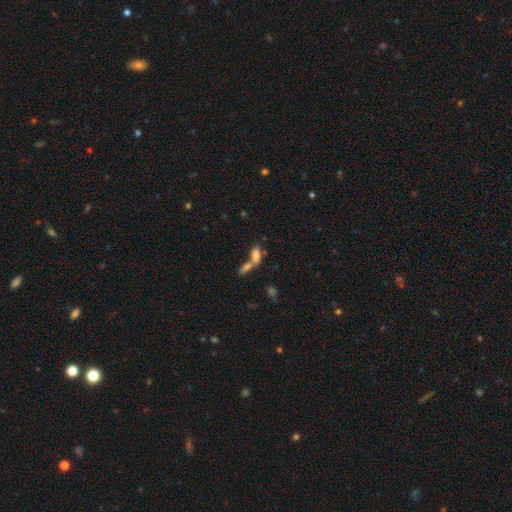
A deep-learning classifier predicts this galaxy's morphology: A smooth galaxy with no disk features (74%) that is in between round and cigar-shaped (79%). Merging: merger (61%).